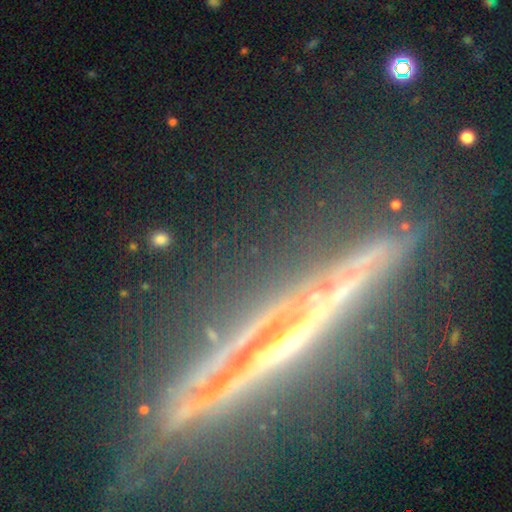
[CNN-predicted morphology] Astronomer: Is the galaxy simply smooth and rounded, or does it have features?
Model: featured or disk — 61%.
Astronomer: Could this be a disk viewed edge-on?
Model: yes — 83%.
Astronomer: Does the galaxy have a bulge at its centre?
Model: rounded — 63%.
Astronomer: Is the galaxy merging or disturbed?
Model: none — 78%.